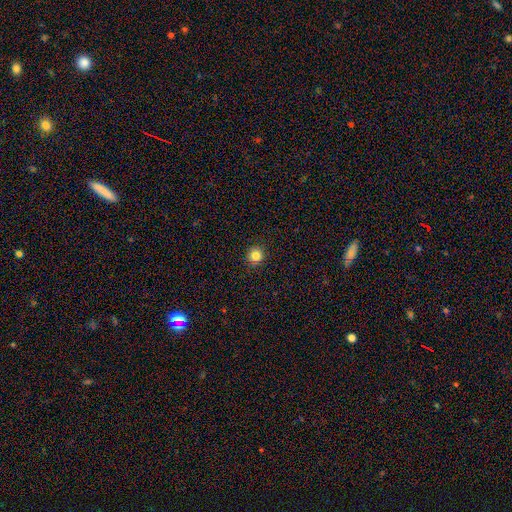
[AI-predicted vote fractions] A smooth galaxy with no disk features (84%) that is round (93%). Merging: none (91%).